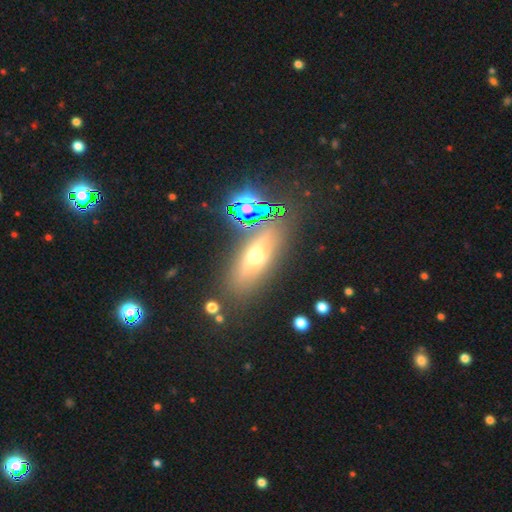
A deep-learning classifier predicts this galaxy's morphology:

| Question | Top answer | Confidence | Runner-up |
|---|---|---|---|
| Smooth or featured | featured or disk | 51% | smooth (30%) |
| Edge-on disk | yes | 82% | no (18%) |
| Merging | none | 83% | minor disturbance (10%) |